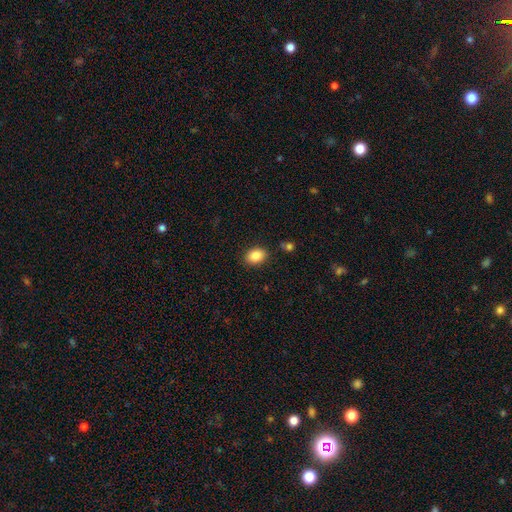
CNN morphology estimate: A smooth galaxy with no disk features (86%) that is in between round and cigar-shaped (76%). Merging: none (86%).